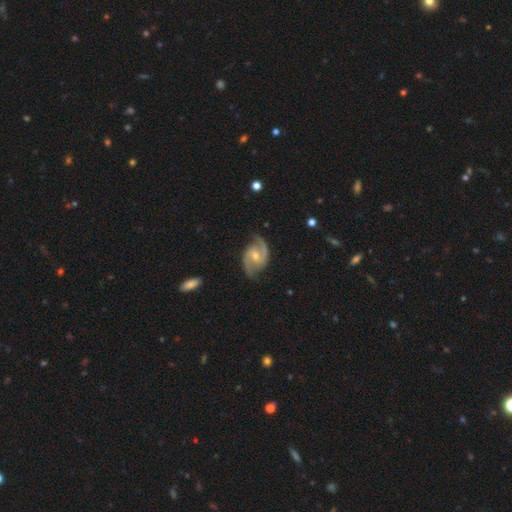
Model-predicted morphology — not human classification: This is clearly a featured or disk galaxy (90%). It is clearly not viewed edge-on (98%). Bar: possibly weak (48%). Spiral arm pattern: clearly yes (98%). Spiral arm count: clearly 2 (93%). Spiral winding: possibly medium (58%). Central bulge: possibly moderate (55%). Merging: likely none (80%).